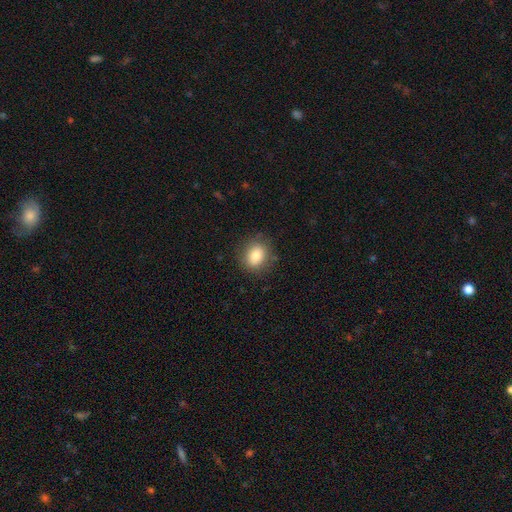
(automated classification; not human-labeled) smooth-or-featured: smooth: 81% | star or artifact: 9% | featured or disk: 9%
  how-rounded: round: 55% | in between: 44% | cigar-shaped: 1%
  merging: none: 84% | minor disturbance: 11% | major disturbance: 3% | merger: 1%